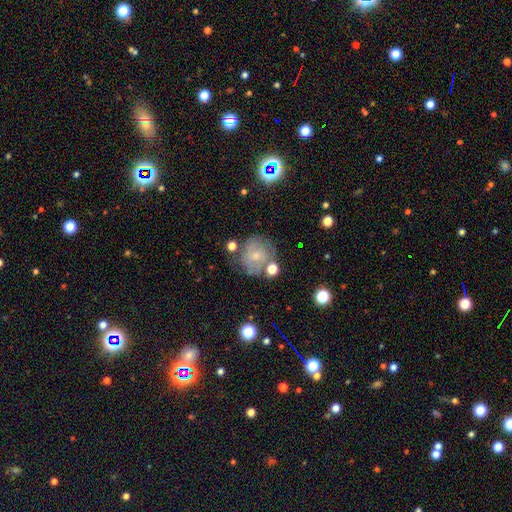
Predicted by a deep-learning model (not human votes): Overall: featured or disk (46%; smooth 44%). Merging: none (59%; minor disturbance 21%).